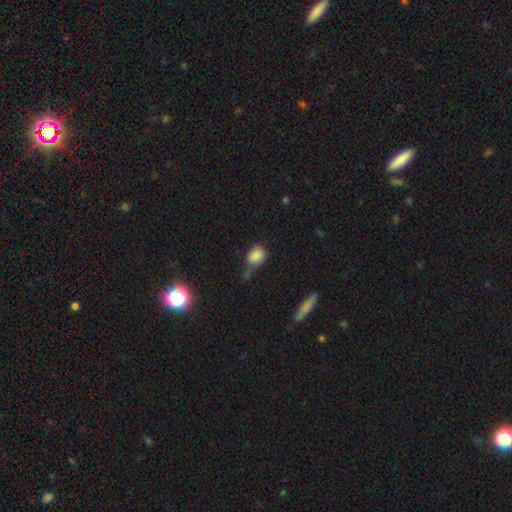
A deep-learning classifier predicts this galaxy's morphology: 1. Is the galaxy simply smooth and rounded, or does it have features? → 82% smooth, 10% star or artifact, 8% featured or disk.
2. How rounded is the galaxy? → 52% in between, 46% round, 2% cigar-shaped.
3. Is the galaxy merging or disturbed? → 44% none, 27% minor disturbance, 17% merger, 12% major disturbance.